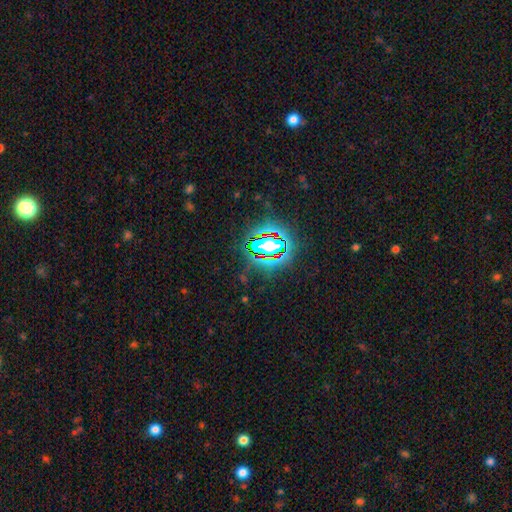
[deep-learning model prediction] smooth_or_featured: star or artifact (p=0.79) [alt: smooth p=0.12]